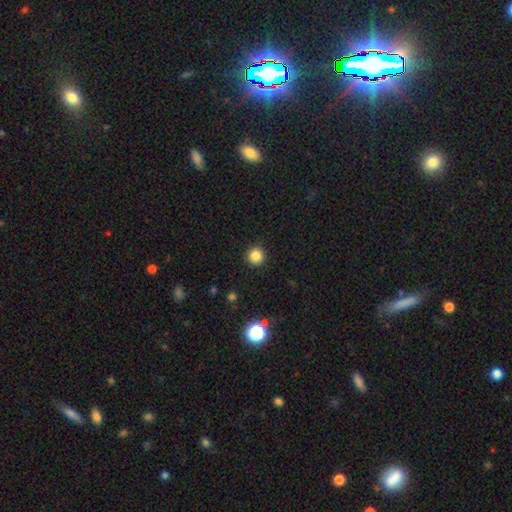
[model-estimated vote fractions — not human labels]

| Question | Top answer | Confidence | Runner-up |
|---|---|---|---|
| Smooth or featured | smooth | 84% | star or artifact (12%) |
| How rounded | round | 95% | in between (4%) |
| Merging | none | 93% | minor disturbance (5%) |